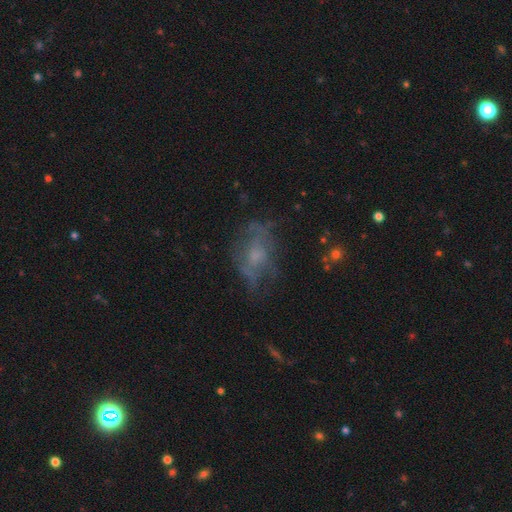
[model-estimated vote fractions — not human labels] Smooth or featured: featured or disk — 50% (smooth — 34%)
Edge-on disk: no — 93% (yes — 7%)
Merging: none — 51% (major disturbance — 23%)